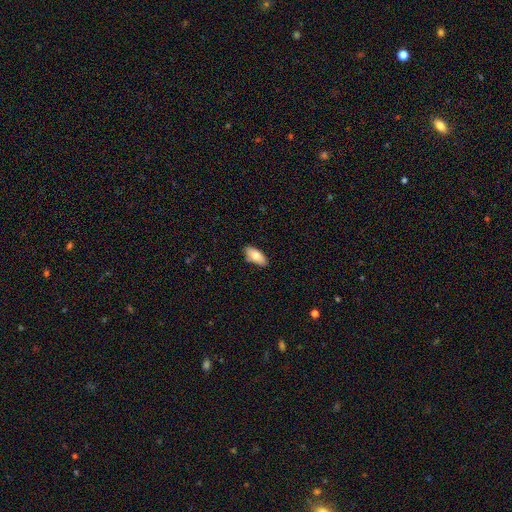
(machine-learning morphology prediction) Smooth or featured? smooth (78%)
How rounded? in between (86%)
Merging? none (85%)